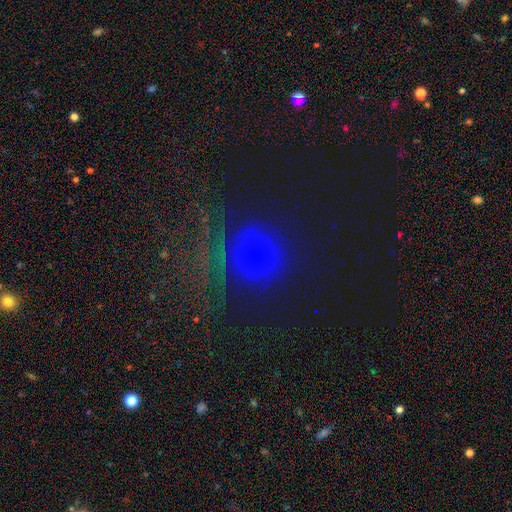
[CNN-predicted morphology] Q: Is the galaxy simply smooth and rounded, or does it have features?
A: smooth — 49%.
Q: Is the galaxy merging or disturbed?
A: none — 83%.